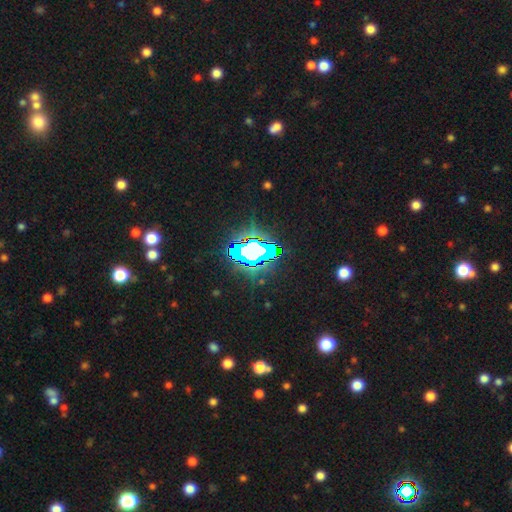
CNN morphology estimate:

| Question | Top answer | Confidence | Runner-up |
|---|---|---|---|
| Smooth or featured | star or artifact | 76% | smooth (13%) |